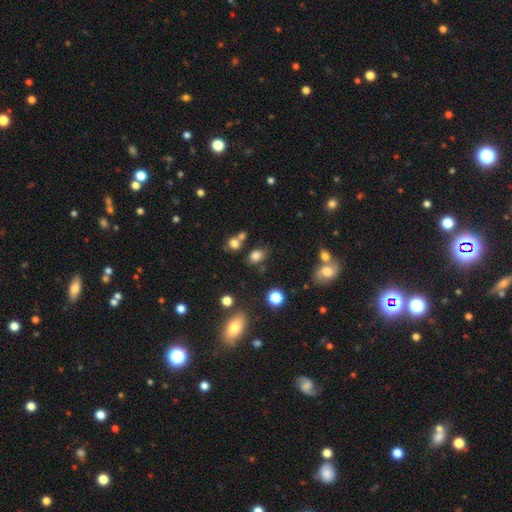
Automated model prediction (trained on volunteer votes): smooth 78%, star or artifact 14%, featured or disk 8%. Down the decision tree: how rounded — in between (68%); merging — none (66%).